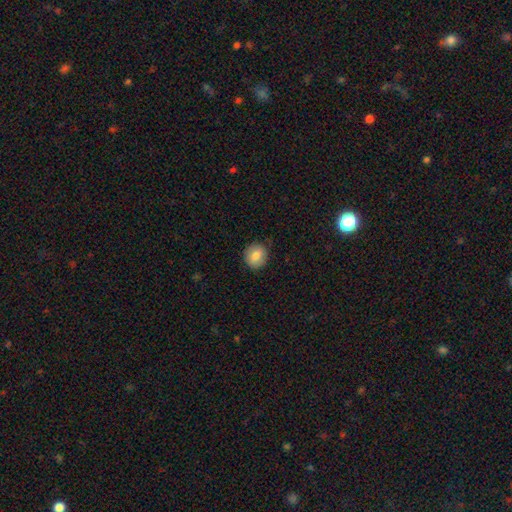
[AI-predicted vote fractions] smooth_or_featured: smooth (p=0.81) [alt: featured or disk p=0.11]
how_rounded: round (p=0.77) [alt: in between p=0.22]
merging: none (p=0.84) [alt: minor disturbance p=0.12]